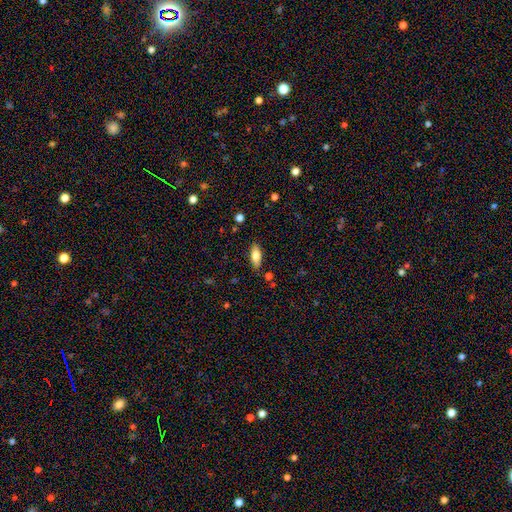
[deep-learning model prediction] Morphology: type=smooth (73%); roundness=in between (75%); merging=none (86%).